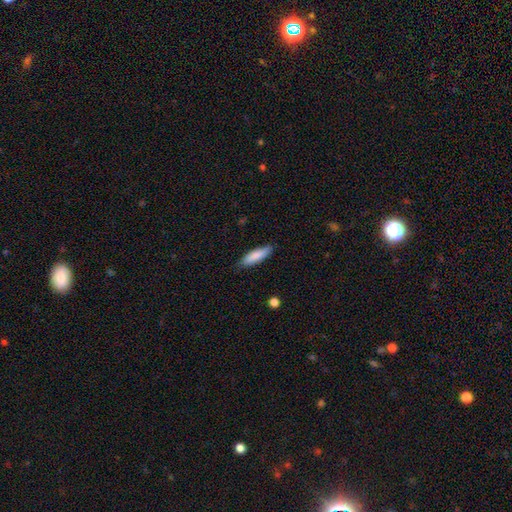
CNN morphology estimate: This appears to be a smooth galaxy with no disk features (85%) that is cigar-shaped (59%). Merging: none (83%).